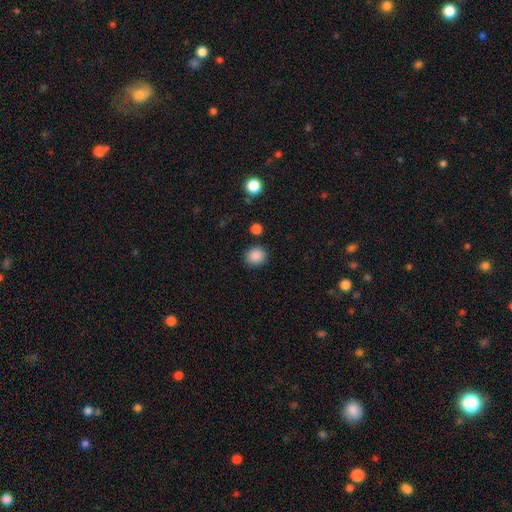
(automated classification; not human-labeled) smooth_or_featured: smooth (p=0.88) [alt: star or artifact p=0.09]
how_rounded: round (p=0.83) [alt: in between p=0.17]
merging: none (p=0.87) [alt: minor disturbance p=0.08]